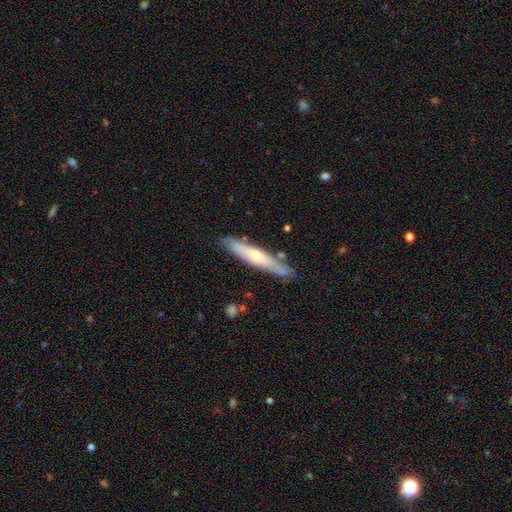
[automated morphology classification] Smooth or featured?
  - featured or disk: 54% *
  - smooth: 40%
  - star or artifact: 6%
Edge-on disk?
  - yes: 81% *
  - no: 19%
Merging?
  - none: 82% *
  - minor disturbance: 13%
  - merger: 3%
  - major disturbance: 2%